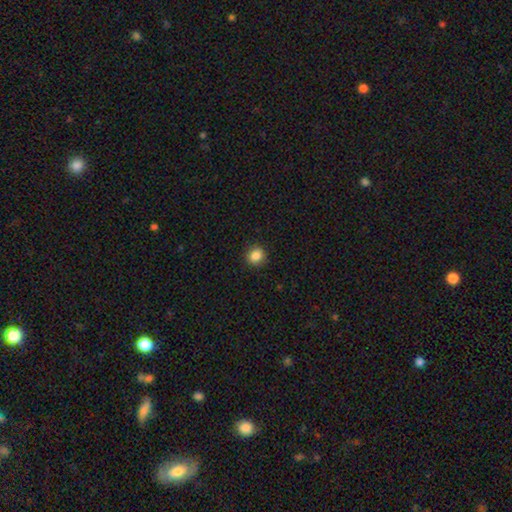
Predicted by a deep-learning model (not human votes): Smooth or featured? Predicted: smooth (p=0.86). How rounded? Predicted: round (p=0.86). Merging? Predicted: none (p=0.90).